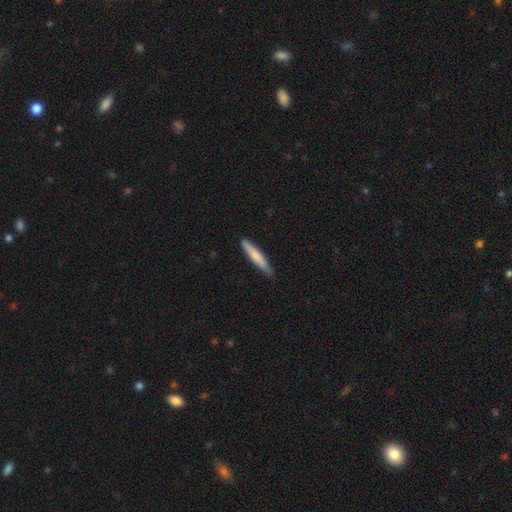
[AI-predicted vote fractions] A smooth galaxy with no disk features (75%) that is cigar-shaped (93%).

Vote fractions:
- Smooth or featured? smooth: 75% / featured or disk: 20% / star or artifact: 5%
- How rounded? cigar-shaped: 93% / in between: 6% / round: 1%
- Merging? none: 85% / minor disturbance: 12% / major disturbance: 2% / merger: 1%